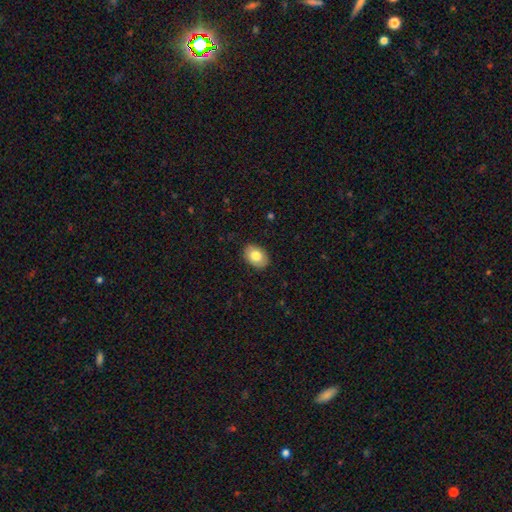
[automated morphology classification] A smooth galaxy with no disk features (80%) that is in between round and cigar-shaped (79%).

Vote fractions:
- Smooth or featured? smooth: 80% / featured or disk: 12% / star or artifact: 7%
- How rounded? in between: 79% / round: 20% / cigar-shaped: 1%
- Merging? none: 89% / minor disturbance: 8% / major disturbance: 2% / merger: 1%